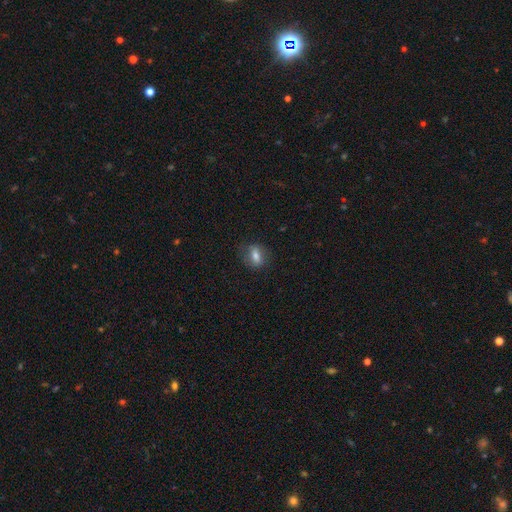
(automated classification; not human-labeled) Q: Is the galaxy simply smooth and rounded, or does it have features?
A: smooth — 72%.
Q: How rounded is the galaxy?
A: in between — 69%.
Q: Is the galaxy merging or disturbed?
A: none — 76%.